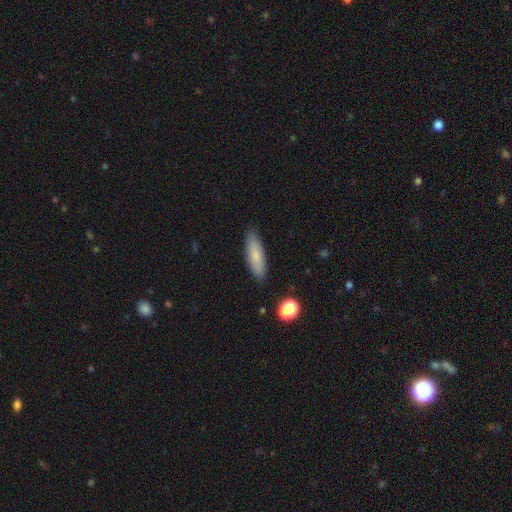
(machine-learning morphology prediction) This appears to be a smooth galaxy with no disk features (79%) that is cigar-shaped (59%). Merging: none (86%).